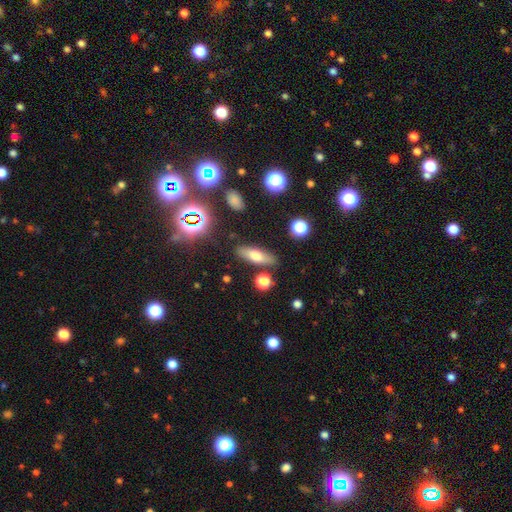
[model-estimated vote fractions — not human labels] smooth-or-featured: smooth: 64% | featured or disk: 26% | star or artifact: 10%
  how-rounded: in between: 54% | cigar-shaped: 42% | round: 4%
  merging: none: 82% | minor disturbance: 11% | merger: 4% | major disturbance: 3%